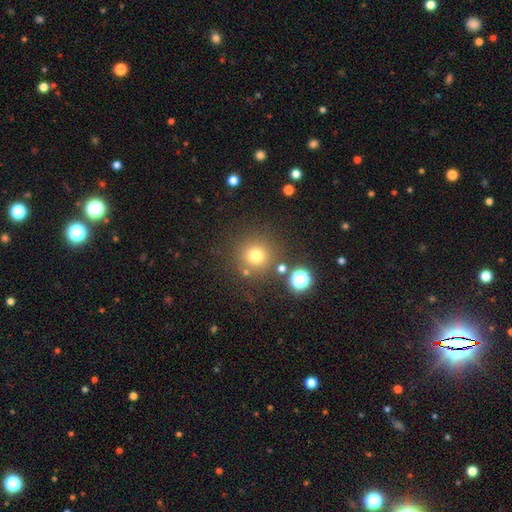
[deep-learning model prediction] A smooth galaxy with no disk features (75%) that is round (94%).

Vote fractions:
- Smooth or featured? smooth: 75% / star or artifact: 17% / featured or disk: 8%
- How rounded? round: 94% / in between: 5% / cigar-shaped: 1%
- Merging? none: 81% / minor disturbance: 8% / merger: 6% / major disturbance: 4%